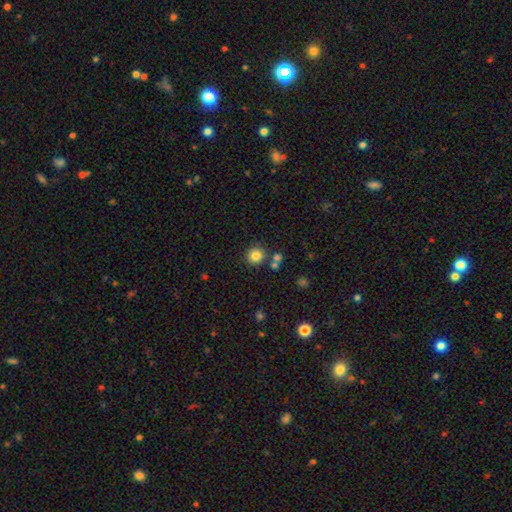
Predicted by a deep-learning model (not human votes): This is clearly a smooth galaxy (82%). How rounded: clearly round (91%). Merging: likely none (79%).